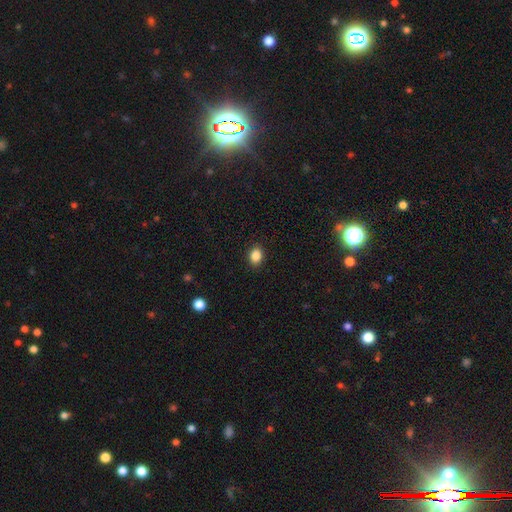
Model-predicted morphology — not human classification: type=smooth (87%); roundness=in between (59%); merging=none (90%).